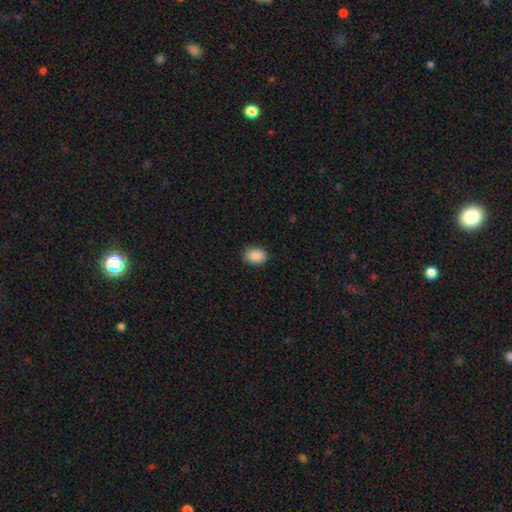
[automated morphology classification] A smooth galaxy with no disk features (88%) that is in between round and cigar-shaped (69%). Merging: none (88%).